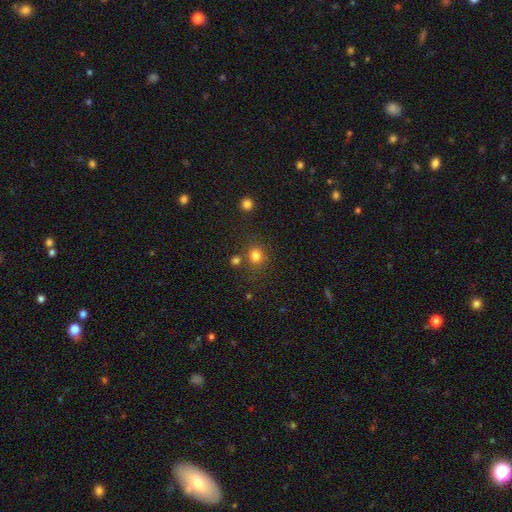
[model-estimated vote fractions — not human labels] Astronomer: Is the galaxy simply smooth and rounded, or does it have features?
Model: smooth — 80%.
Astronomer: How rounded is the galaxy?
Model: round — 80%.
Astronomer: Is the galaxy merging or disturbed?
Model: none — 75%.